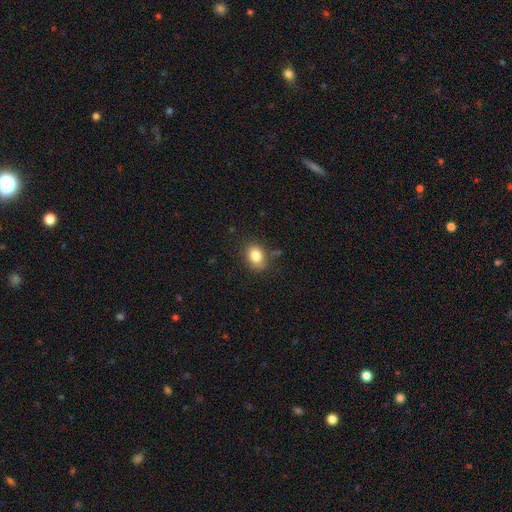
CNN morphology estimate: A smooth galaxy with no disk features (82%) that is in between round and cigar-shaped (61%).

Vote fractions:
- Smooth or featured? smooth: 82% / star or artifact: 10% / featured or disk: 8%
- How rounded? in between: 61% / round: 38% / cigar-shaped: 1%
- Merging? none: 74% / minor disturbance: 18% / major disturbance: 5% / merger: 3%